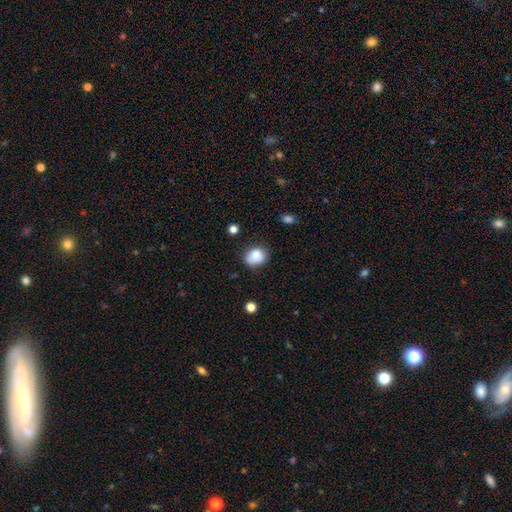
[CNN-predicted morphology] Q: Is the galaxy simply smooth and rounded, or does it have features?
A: smooth — 84%.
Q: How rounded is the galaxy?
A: round — 55%.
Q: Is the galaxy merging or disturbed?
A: none — 72%.